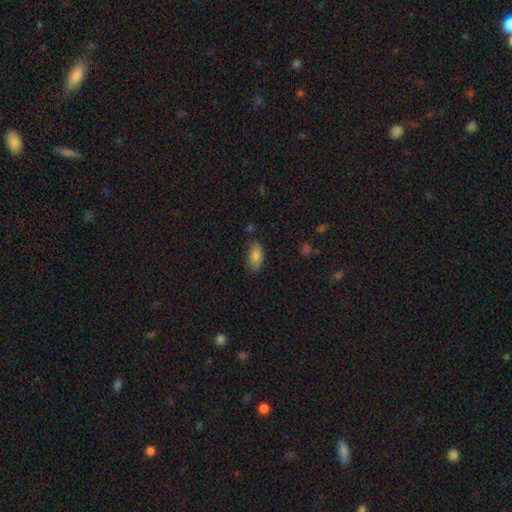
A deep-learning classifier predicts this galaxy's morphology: This is clearly a smooth galaxy (82%). How rounded: clearly in between (91%). Merging: likely none (75%).